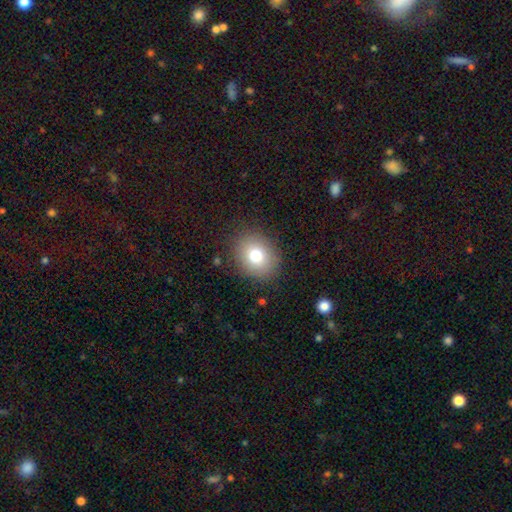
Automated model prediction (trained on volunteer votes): Overall: smooth (77%). How rounded: round (54%; in between 45%). Merging: none (86%).